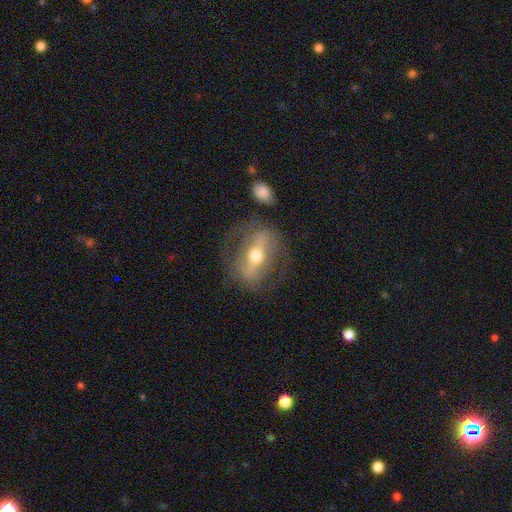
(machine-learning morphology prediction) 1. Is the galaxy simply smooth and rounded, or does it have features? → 72% featured or disk, 22% smooth, 6% star or artifact.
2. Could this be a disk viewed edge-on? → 65% no, 35% yes.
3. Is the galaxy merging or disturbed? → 73% none, 14% minor disturbance, 10% major disturbance, 4% merger.